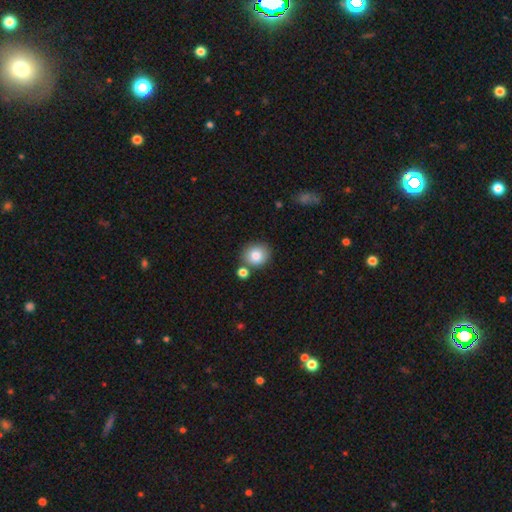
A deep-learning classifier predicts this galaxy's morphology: smooth_or_featured: smooth (p=0.83) [alt: star or artifact p=0.09]
how_rounded: round (p=0.77) [alt: in between p=0.22]
merging: none (p=0.75) [alt: merger p=0.13]